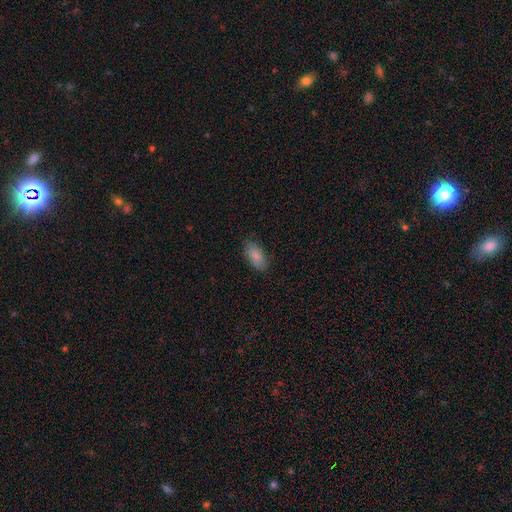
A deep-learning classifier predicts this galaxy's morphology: smooth_or_featured: smooth (p=0.85) [alt: featured or disk p=0.09]
how_rounded: in between (p=0.90) [alt: cigar-shaped p=0.07]
merging: none (p=0.81) [alt: minor disturbance p=0.15]